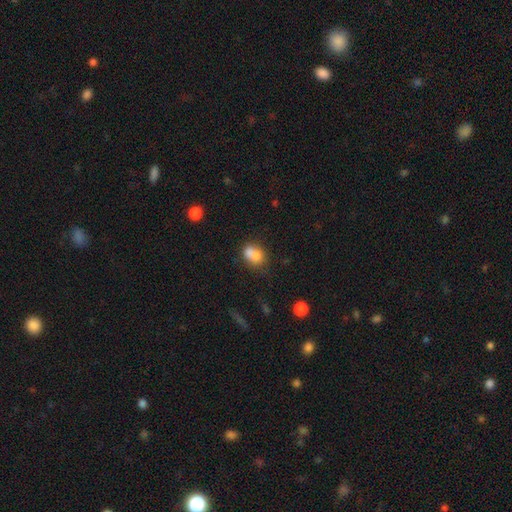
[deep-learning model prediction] smooth 77%, featured or disk 13%, star or artifact 10%. Down the decision tree: how rounded — in between (67%); merging — none (40%).